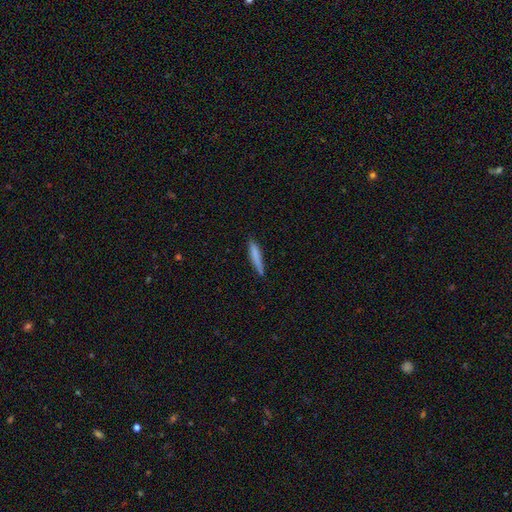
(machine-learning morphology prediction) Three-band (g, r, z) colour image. It shows a smooth galaxy with no disk features (78%) that is cigar-shaped (91%). Merging: none (81%).